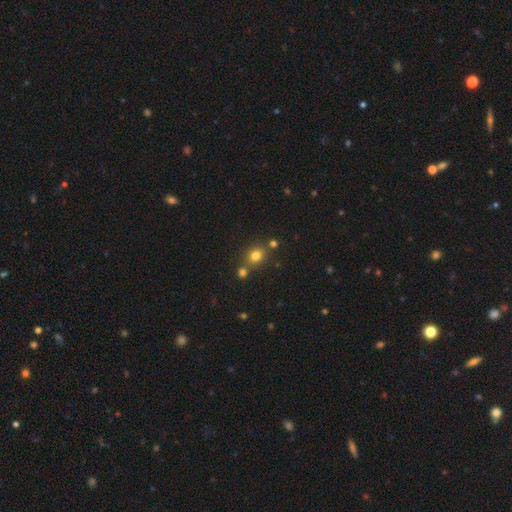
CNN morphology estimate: Q: Smooth or featured?
A: smooth (77%); runner-up: star or artifact (15%)
Q: How rounded?
A: round (68%); runner-up: in between (31%)
Q: Merging?
A: none (70%); runner-up: merger (17%)